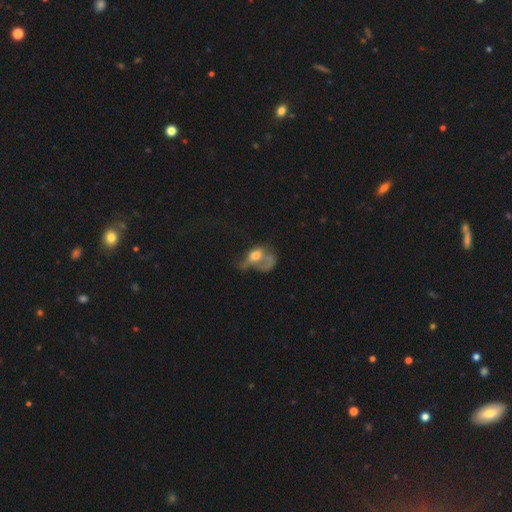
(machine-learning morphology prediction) Overall: smooth (49%; featured or disk 39%). Merging: major disturbance (57%).